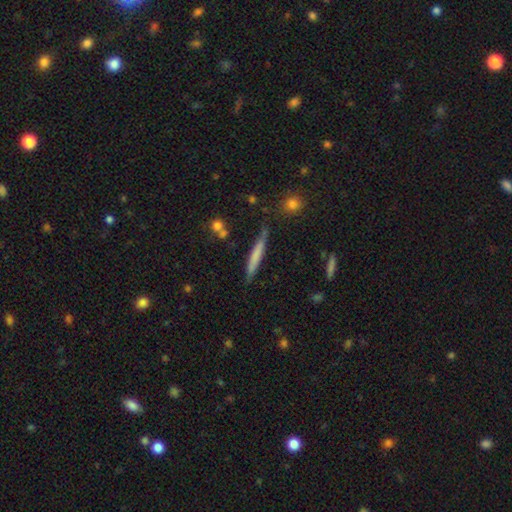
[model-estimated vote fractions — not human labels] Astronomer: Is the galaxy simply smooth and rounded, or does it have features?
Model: smooth — 64%.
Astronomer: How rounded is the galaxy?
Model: cigar-shaped — 95%.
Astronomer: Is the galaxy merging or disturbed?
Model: none — 82%.